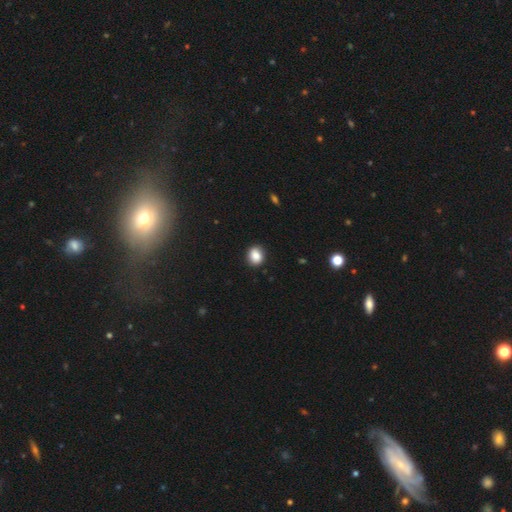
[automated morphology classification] This appears to be a smooth galaxy with no disk features (86%) that is round (62%). Merging: none (89%).